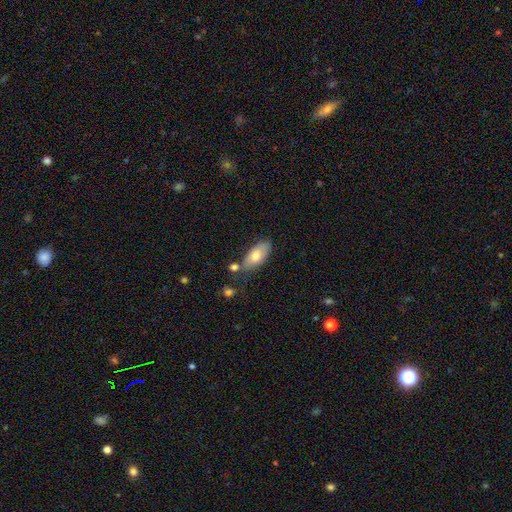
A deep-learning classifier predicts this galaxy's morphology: type=smooth (71%); roundness=in between (89%); merging=none (62%).